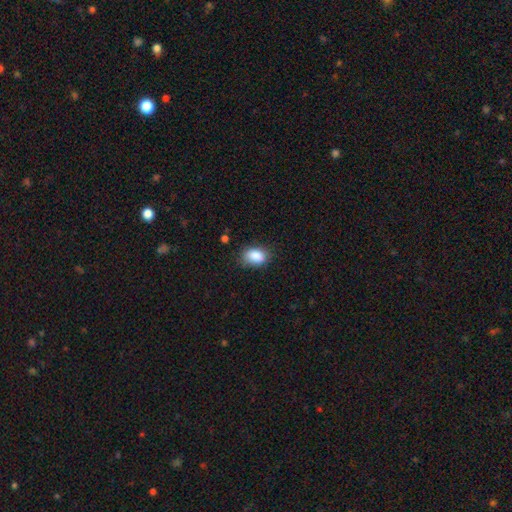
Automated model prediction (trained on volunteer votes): Morphology: type=smooth (87%); roundness=in between (80%); merging=none (74%).